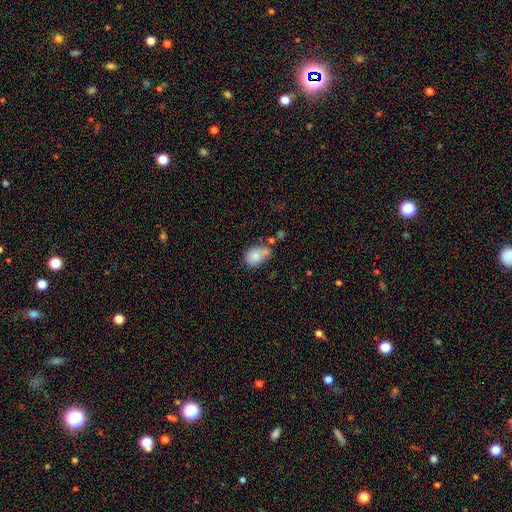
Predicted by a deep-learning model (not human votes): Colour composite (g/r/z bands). It shows a smooth galaxy with no disk features (80%) that is in between round and cigar-shaped (72%). Merging: none (40%).